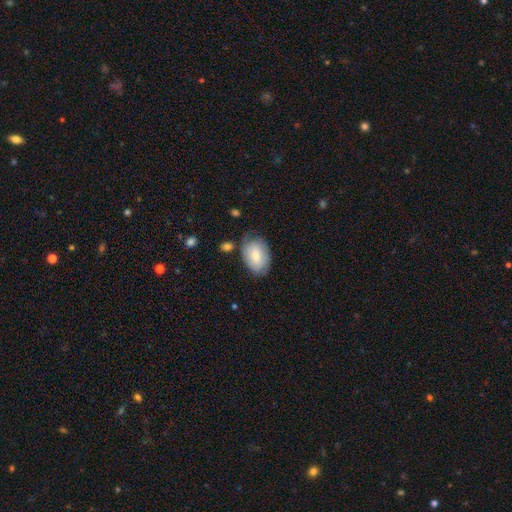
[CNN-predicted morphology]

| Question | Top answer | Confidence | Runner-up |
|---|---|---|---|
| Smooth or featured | smooth | 73% | featured or disk (21%) |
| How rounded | in between | 86% | round (13%) |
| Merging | none | 69% | minor disturbance (22%) |